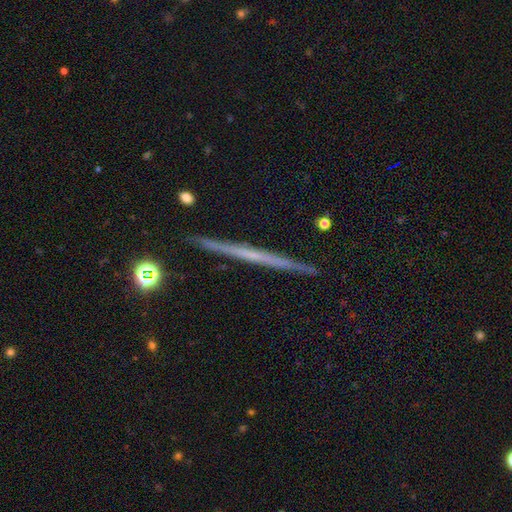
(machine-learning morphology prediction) Overall: featured or disk (65%; smooth 28%). Edge-on disk: yes (98%). Edge-on bulge: none (88%). Merging: none (92%).